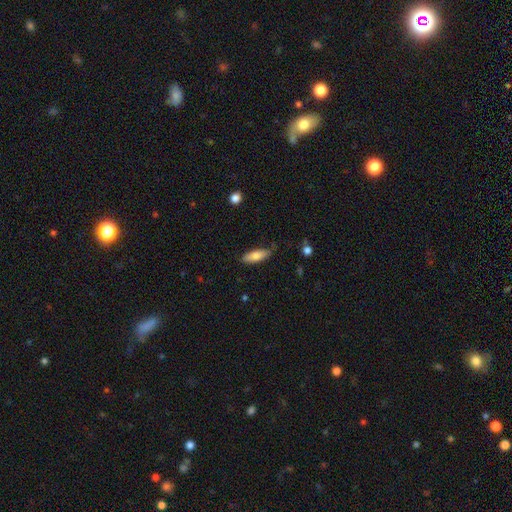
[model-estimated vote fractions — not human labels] Smooth or featured: smooth — 76% (featured or disk — 18%)
How rounded: in between — 64% (cigar-shaped — 34%)
Merging: none — 78% (minor disturbance — 18%)